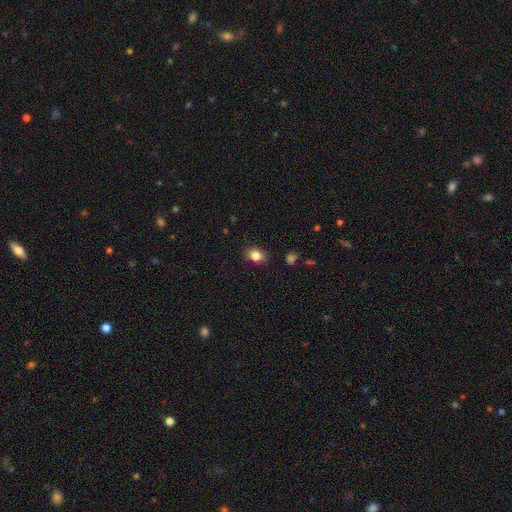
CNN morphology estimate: smooth-or-featured: smooth: 85% | star or artifact: 10% | featured or disk: 6%
  how-rounded: in between: 64% | round: 35% | cigar-shaped: 1%
  merging: none: 86% | minor disturbance: 10% | major disturbance: 2% | merger: 1%